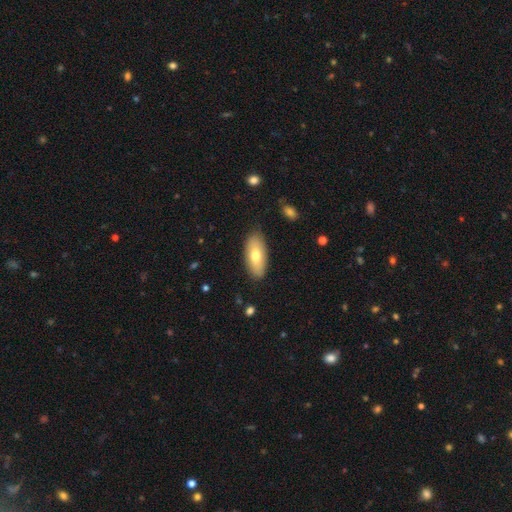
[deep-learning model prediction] Smooth or featured? smooth (72%)
How rounded? in between (85%)
Merging? none (85%)